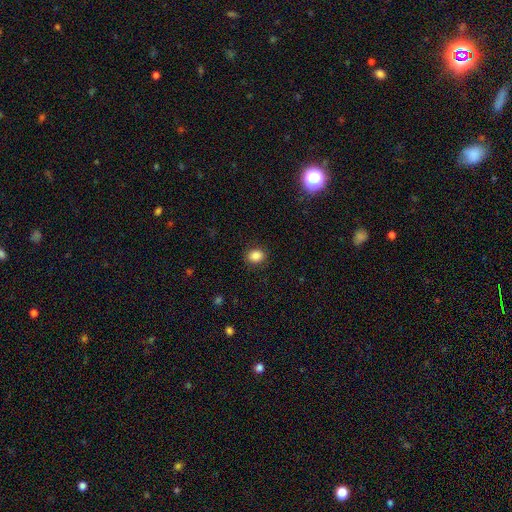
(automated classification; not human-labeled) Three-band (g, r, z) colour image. It shows a smooth galaxy with no disk features (85%) that is round (56%). Merging: none (88%).